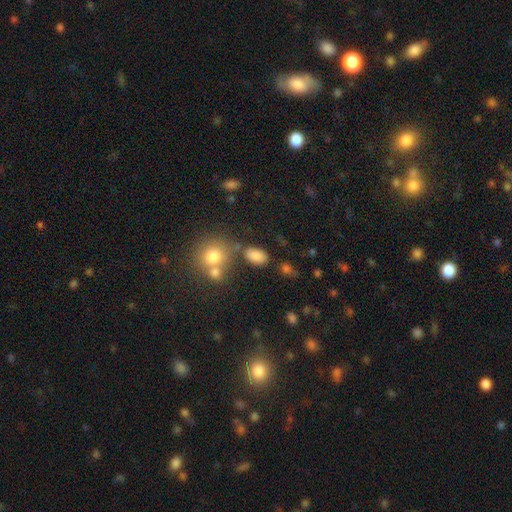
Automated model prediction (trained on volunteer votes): A smooth galaxy with no disk features (83%) that is in between round and cigar-shaped (88%).

Vote fractions:
- Smooth or featured? smooth: 83% / star or artifact: 11% / featured or disk: 6%
- How rounded? in between: 88% / round: 10% / cigar-shaped: 2%
- Merging? none: 71% / minor disturbance: 14% / merger: 10% / major disturbance: 5%